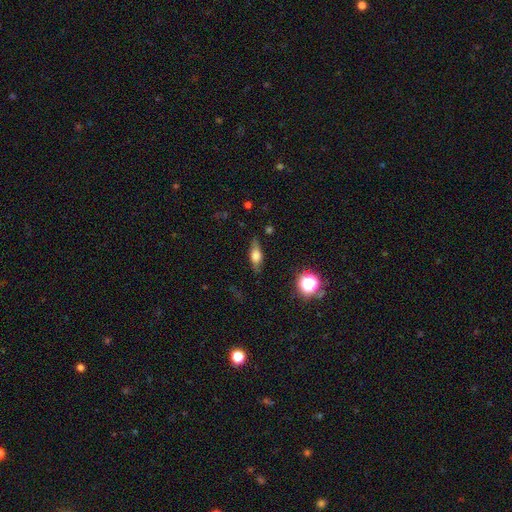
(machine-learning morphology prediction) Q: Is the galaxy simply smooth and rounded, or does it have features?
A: smooth — 55%.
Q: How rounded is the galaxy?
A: in between — 59%.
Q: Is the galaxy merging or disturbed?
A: none — 78%.